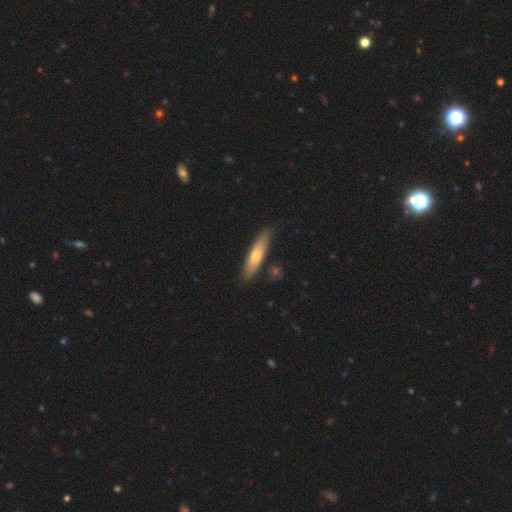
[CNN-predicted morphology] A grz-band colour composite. It shows a smooth galaxy with no disk features (59%) that is cigar-shaped (79%). Merging: none (84%).